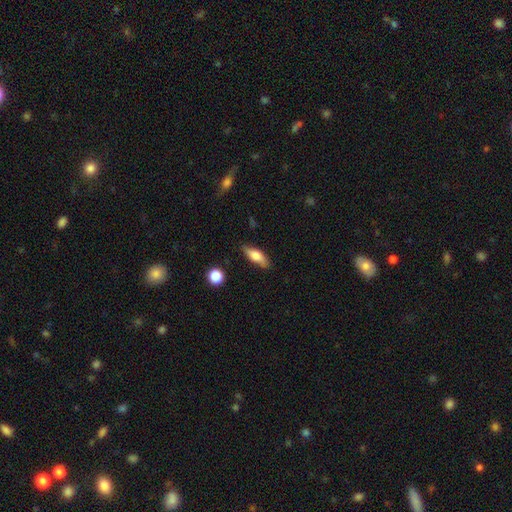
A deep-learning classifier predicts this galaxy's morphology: Smooth or featured? Predicted: smooth (p=0.68). How rounded? Predicted: in between (p=0.64). Merging? Predicted: none (p=0.81).